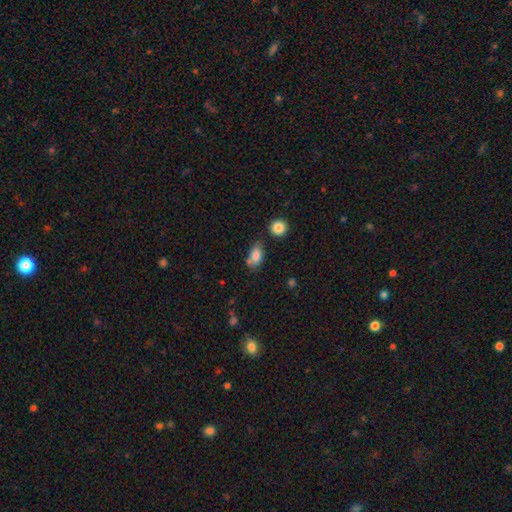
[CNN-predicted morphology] A smooth galaxy with no disk features (81%) that is in between round and cigar-shaped (84%). Merging: none (59%).